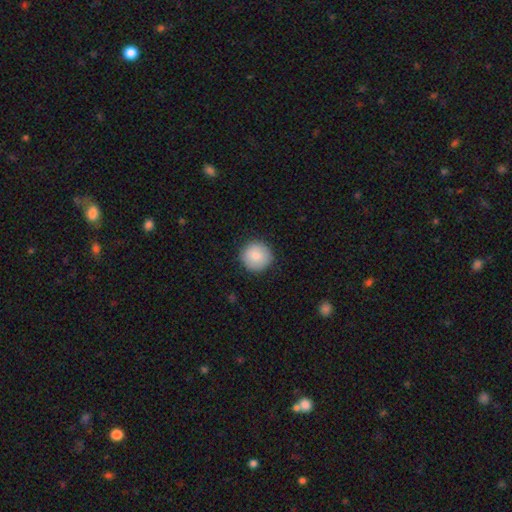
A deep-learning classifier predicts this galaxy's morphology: This is clearly a smooth galaxy (84%). How rounded: clearly round (95%). Merging: clearly none (89%).